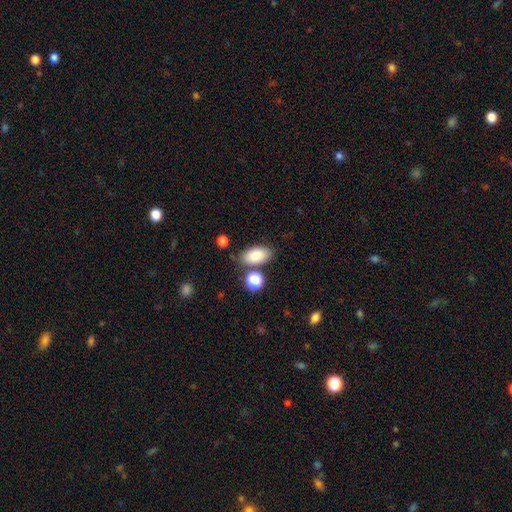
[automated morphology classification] A smooth galaxy with no disk features (82%) that is in between round and cigar-shaped (91%).

Vote fractions:
- Smooth or featured? smooth: 82% / featured or disk: 9% / star or artifact: 8%
- How rounded? in between: 91% / round: 6% / cigar-shaped: 3%
- Merging? none: 74% / minor disturbance: 13% / merger: 9% / major disturbance: 4%